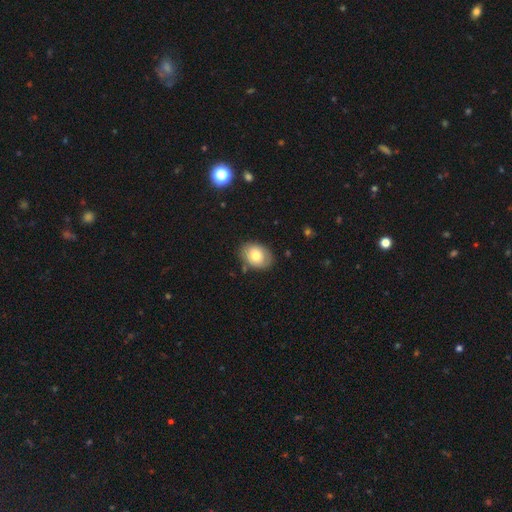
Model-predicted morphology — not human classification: Smooth or featured? Predicted: smooth (p=0.70). How rounded? Predicted: in between (p=0.66). Merging? Predicted: none (p=0.79).